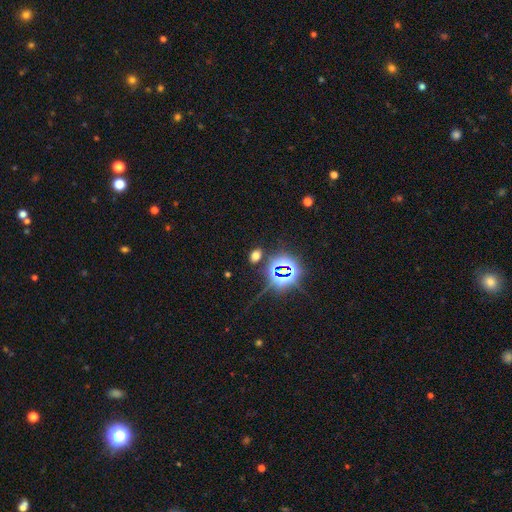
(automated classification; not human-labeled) smooth-or-featured: smooth: 54% | star or artifact: 38% | featured or disk: 8%
  how-rounded: in between: 81% | round: 17% | cigar-shaped: 3%
  merging: none: 83% | minor disturbance: 9% | merger: 4% | major disturbance: 4%